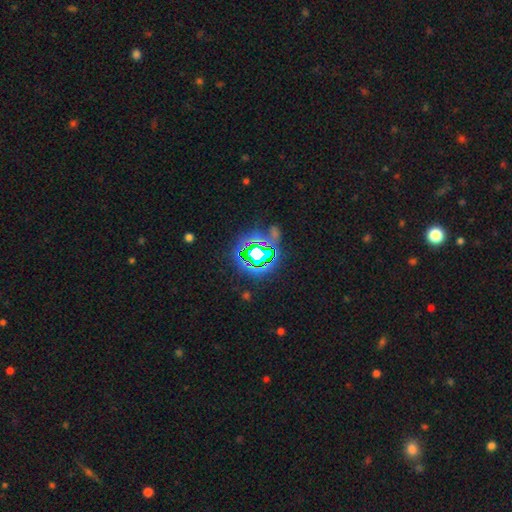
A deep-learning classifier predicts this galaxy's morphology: The model was most divided on "smooth or featured": star or artifact: 71%, smooth: 17%, featured or disk: 12%.